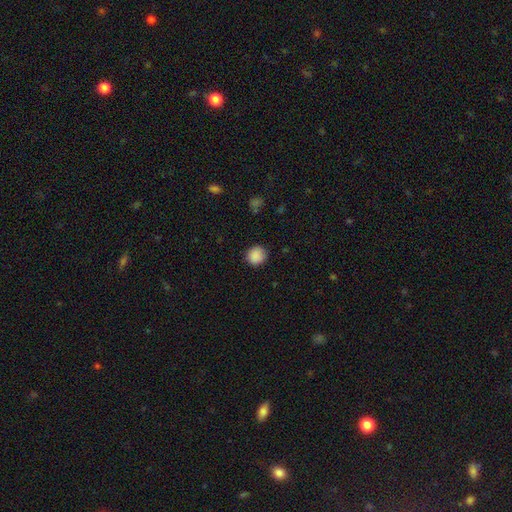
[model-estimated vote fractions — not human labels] Smooth or featured: smooth — 88% (star or artifact — 9%)
How rounded: round — 88% (in between — 11%)
Merging: none — 85% (minor disturbance — 12%)